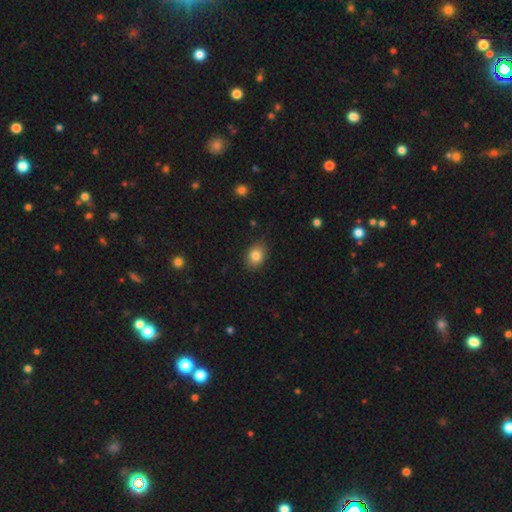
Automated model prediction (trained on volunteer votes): Smooth or featured? smooth (82%)
How rounded? in between (58%)
Merging? none (80%)